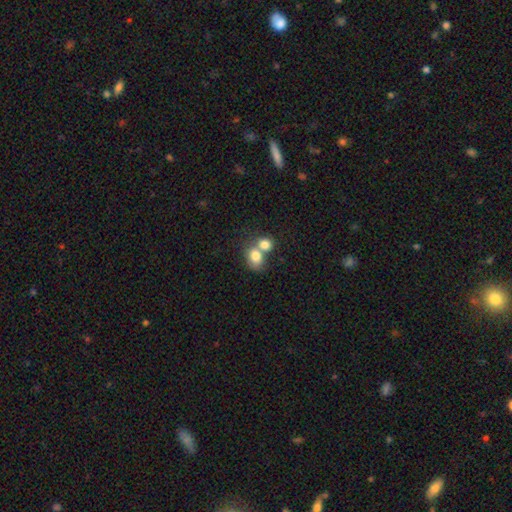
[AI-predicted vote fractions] A smooth galaxy with no disk features (79%) that is in between round and cigar-shaped (53%). Merging: merger (62%).